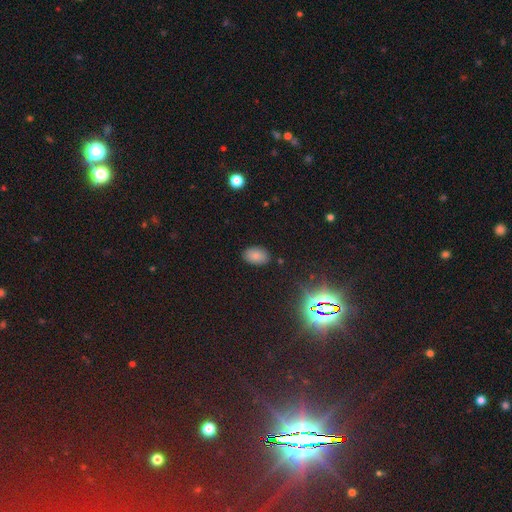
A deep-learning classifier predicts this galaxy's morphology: Smooth or featured? Predicted: smooth (p=0.78). How rounded? Predicted: in between (p=0.89). Merging? Predicted: none (p=0.87).